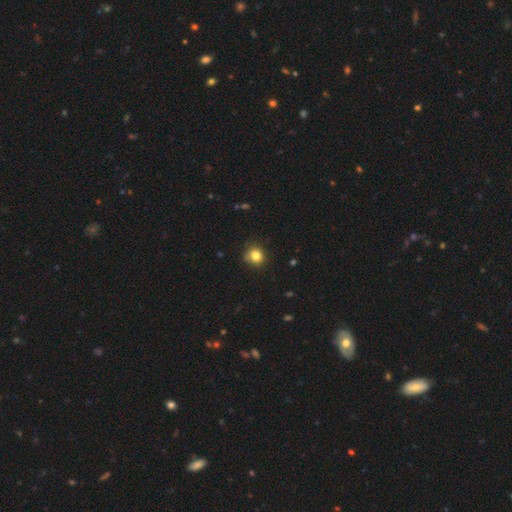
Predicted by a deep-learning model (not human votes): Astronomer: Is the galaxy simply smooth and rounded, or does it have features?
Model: smooth — 81%.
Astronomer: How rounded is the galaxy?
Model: round — 83%.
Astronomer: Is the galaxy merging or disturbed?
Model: none — 79%.